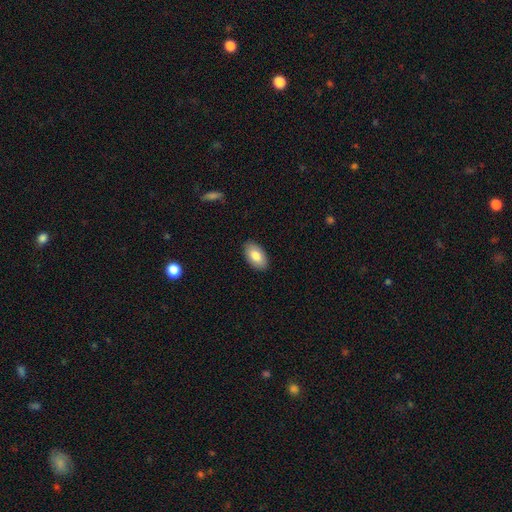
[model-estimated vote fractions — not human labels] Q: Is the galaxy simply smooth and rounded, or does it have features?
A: smooth — 82%.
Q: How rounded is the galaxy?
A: in between — 95%.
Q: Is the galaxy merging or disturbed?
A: none — 89%.